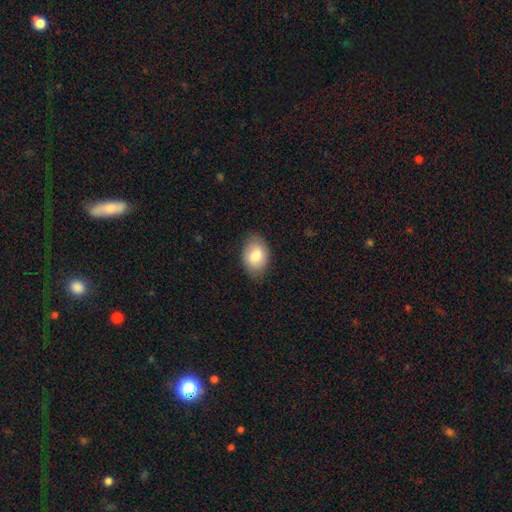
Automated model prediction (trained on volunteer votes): smooth-or-featured: smooth: 81% | featured or disk: 13% | star or artifact: 7%
  how-rounded: in between: 85% | round: 14% | cigar-shaped: 1%
  merging: none: 82% | minor disturbance: 14% | major disturbance: 3% | merger: 1%